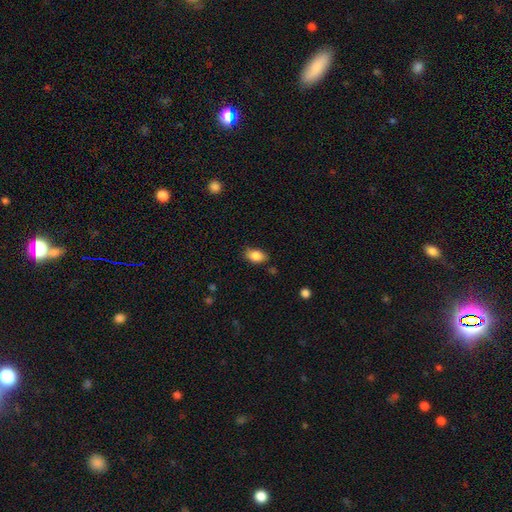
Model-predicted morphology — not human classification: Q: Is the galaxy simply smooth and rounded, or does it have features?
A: smooth — 85%.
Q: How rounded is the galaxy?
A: in between — 90%.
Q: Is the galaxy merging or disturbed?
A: none — 79%.